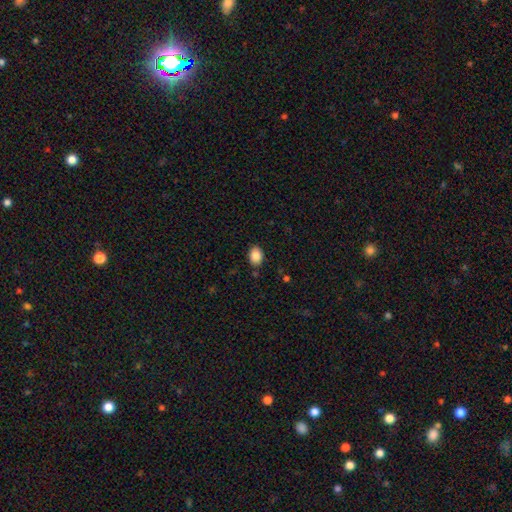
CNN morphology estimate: Overall: smooth (87%). How rounded: in between (70%; round 30%). Merging: none (86%).